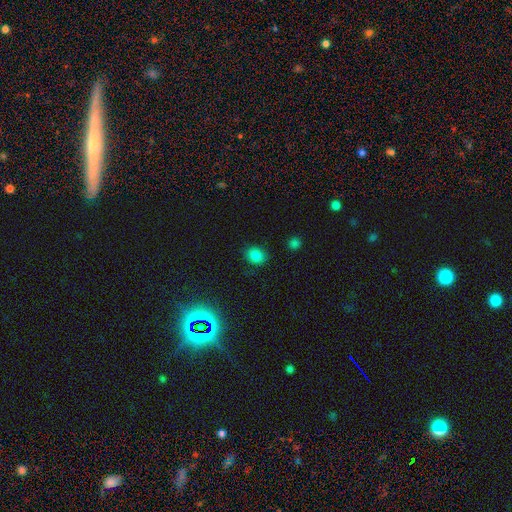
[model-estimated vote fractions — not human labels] Smooth or featured?
  - smooth: 81% *
  - star or artifact: 14%
  - featured or disk: 5%
How rounded?
  - round: 61% *
  - in between: 38%
  - cigar-shaped: 1%
Merging?
  - none: 86% *
  - minor disturbance: 10%
  - major disturbance: 3%
  - merger: 2%